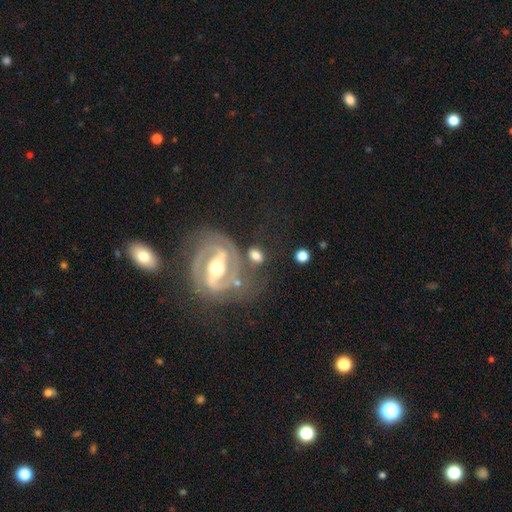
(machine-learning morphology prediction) Smooth or featured?
  - featured or disk: 50% *
  - smooth: 42%
  - star or artifact: 8%
Merging?
  - none: 62% *
  - minor disturbance: 17%
  - merger: 13%
  - major disturbance: 9%